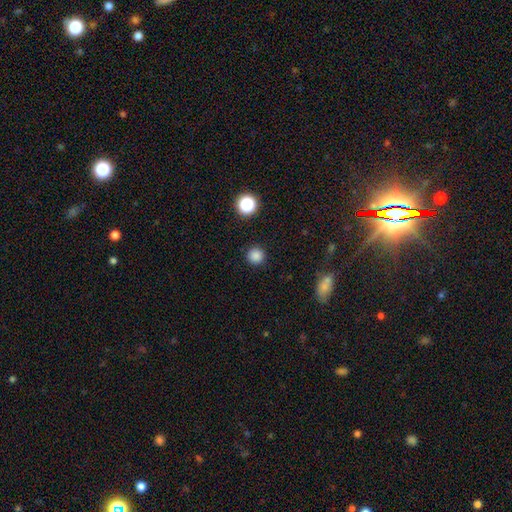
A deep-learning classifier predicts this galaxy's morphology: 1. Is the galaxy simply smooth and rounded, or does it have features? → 84% smooth, 13% star or artifact, 3% featured or disk.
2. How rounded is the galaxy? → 95% round, 4% in between, 1% cigar-shaped.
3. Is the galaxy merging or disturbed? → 91% none, 6% minor disturbance, 2% major disturbance, 1% merger.